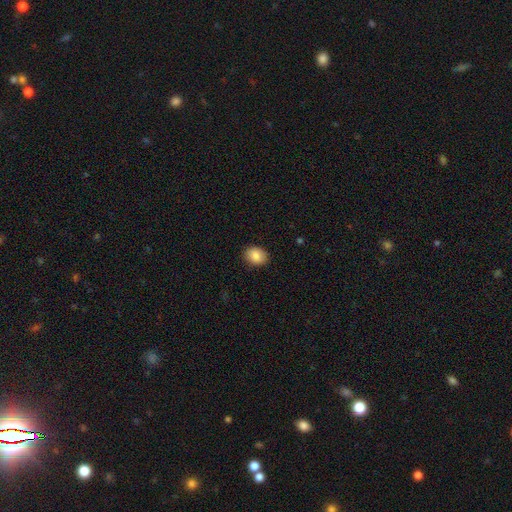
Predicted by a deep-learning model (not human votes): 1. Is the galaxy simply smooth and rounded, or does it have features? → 87% smooth, 8% star or artifact, 5% featured or disk.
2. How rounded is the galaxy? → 61% in between, 38% round, 1% cigar-shaped.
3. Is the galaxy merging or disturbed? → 88% none, 9% minor disturbance, 2% major disturbance, 1% merger.